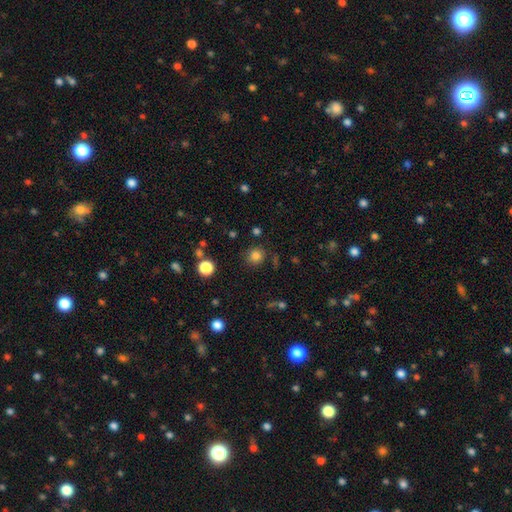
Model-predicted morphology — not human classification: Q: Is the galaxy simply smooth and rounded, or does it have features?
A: smooth — 81%.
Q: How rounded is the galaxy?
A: round — 90%.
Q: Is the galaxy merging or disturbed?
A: none — 85%.